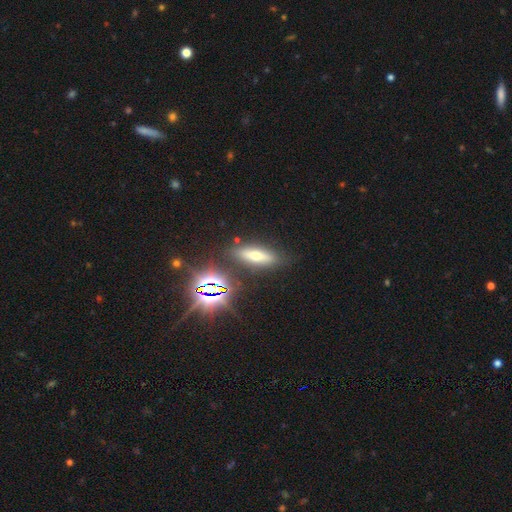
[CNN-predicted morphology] Overall: smooth (45%; featured or disk 28%). Merging: none (84%).